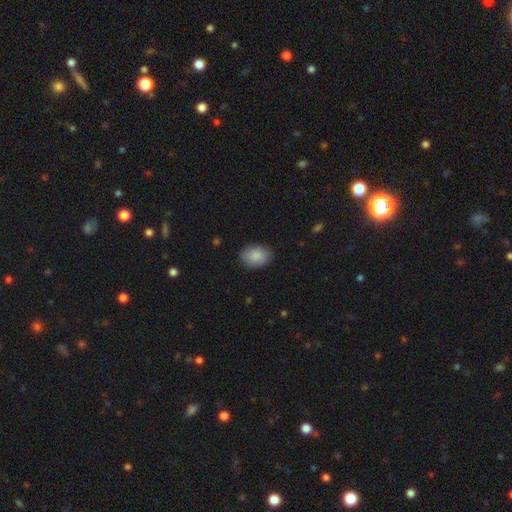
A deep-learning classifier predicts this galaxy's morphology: smooth 88%, star or artifact 7%, featured or disk 6%. Down the decision tree: how rounded — in between (79%); merging — none (85%).